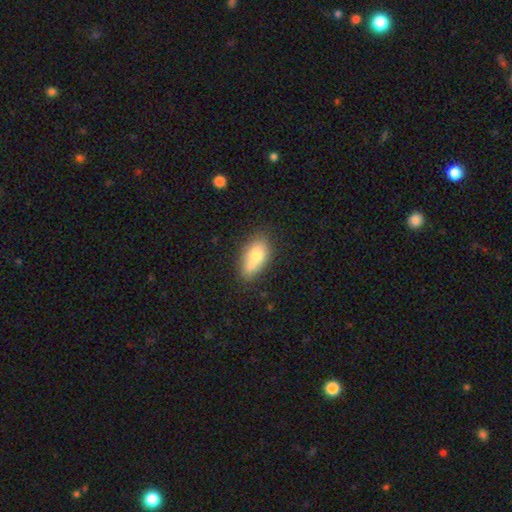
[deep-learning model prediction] Smooth or featured?
  - smooth: 71% *
  - featured or disk: 21%
  - star or artifact: 8%
How rounded?
  - in between: 87% *
  - round: 9%
  - cigar-shaped: 4%
Merging?
  - none: 51% *
  - merger: 23%
  - minor disturbance: 21%
  - major disturbance: 6%